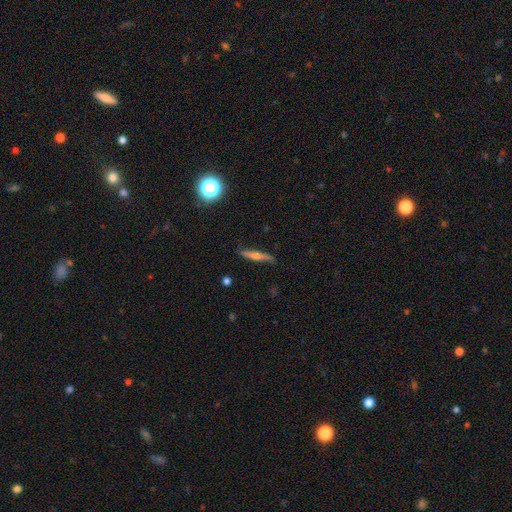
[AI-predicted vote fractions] A smooth galaxy with no disk features (46%).

Vote fractions:
- Smooth or featured? smooth: 46% / featured or disk: 45% / star or artifact: 9%
- Merging? none: 82% / minor disturbance: 14% / major disturbance: 2% / merger: 1%